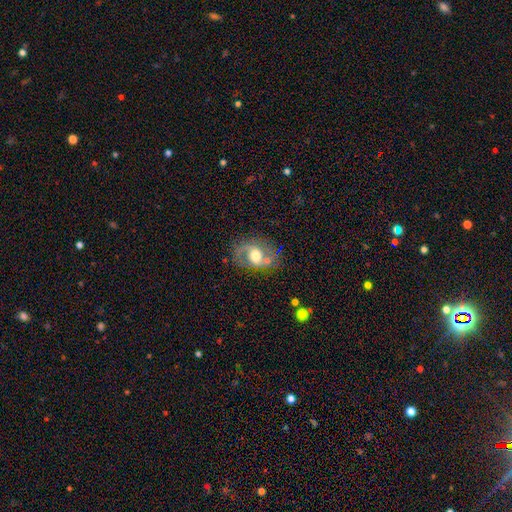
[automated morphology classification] smooth_or_featured: featured or disk (p=0.64) [alt: smooth p=0.28]
disk_edge_on: no (p=0.96) [alt: yes p=0.04]
bar: no (p=0.52) [alt: weak p=0.37]
has_spiral_arms: yes (p=0.77) [alt: no p=0.23]
bulge_size: moderate (p=0.58) [alt: large p=0.29]
merging: none (p=0.59) [alt: minor disturbance p=0.22]